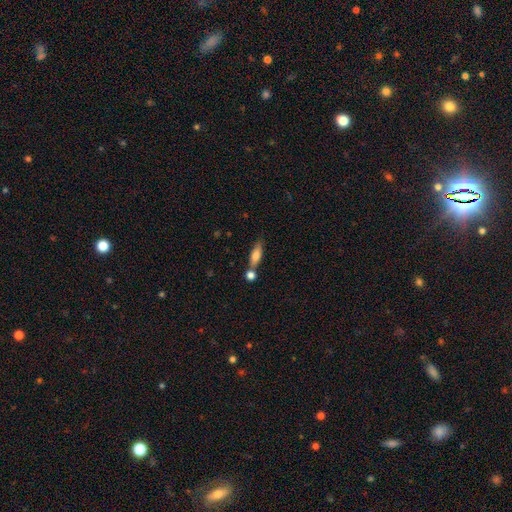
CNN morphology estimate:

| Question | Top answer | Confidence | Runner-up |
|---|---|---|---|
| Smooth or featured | smooth | 72% | featured or disk (21%) |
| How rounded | in between | 52% | cigar-shaped (44%) |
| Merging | none | 57% | merger (25%) |